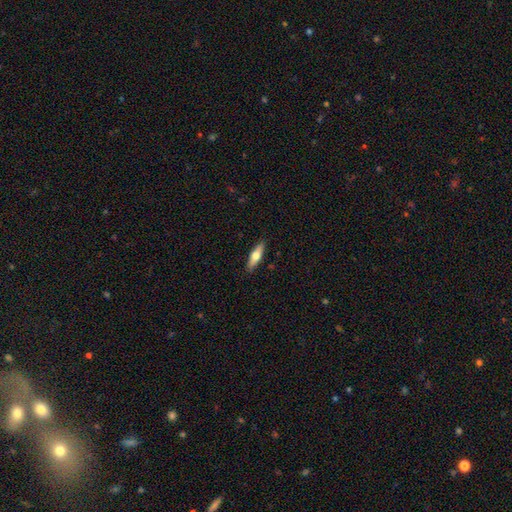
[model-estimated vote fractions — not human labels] Smooth or featured: smooth — 54% (featured or disk — 41%)
How rounded: cigar-shaped — 65% (in between — 33%)
Merging: none — 90% (minor disturbance — 8%)